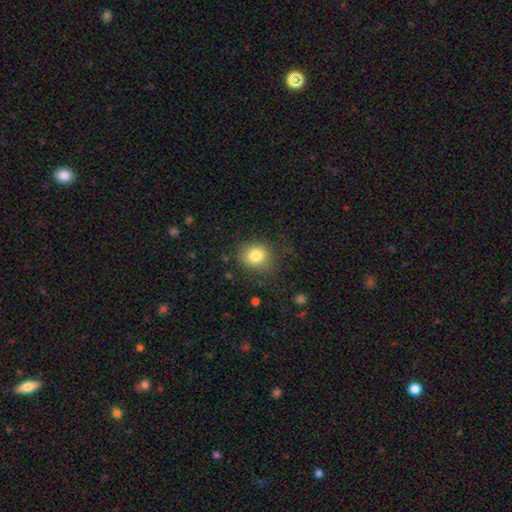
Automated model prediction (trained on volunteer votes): smooth 81%, star or artifact 11%, featured or disk 8%. Down the decision tree: how rounded — round (77%); merging — none (75%).